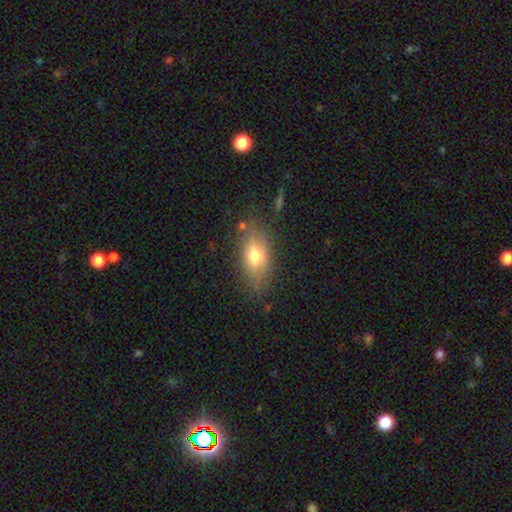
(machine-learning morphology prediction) A smooth galaxy with no disk features (66%) that is in between round and cigar-shaped (80%).

Vote fractions:
- Smooth or featured? smooth: 66% / featured or disk: 24% / star or artifact: 9%
- How rounded? in between: 80% / cigar-shaped: 13% / round: 7%
- Merging? none: 76% / minor disturbance: 16% / major disturbance: 5% / merger: 3%